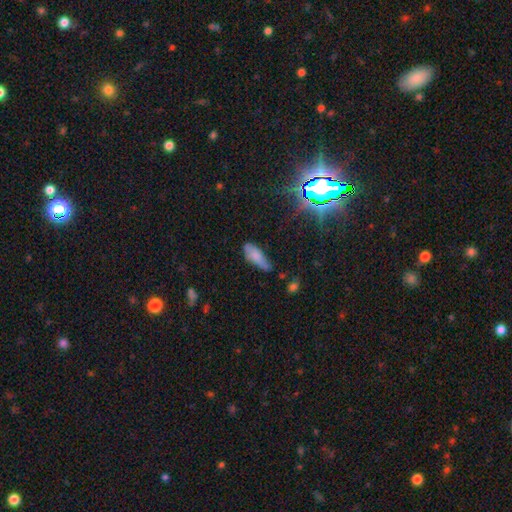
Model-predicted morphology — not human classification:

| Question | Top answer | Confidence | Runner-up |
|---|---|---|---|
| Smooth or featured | smooth | 75% | featured or disk (15%) |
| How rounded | in between | 70% | cigar-shaped (28%) |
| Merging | none | 46% | minor disturbance (39%) |